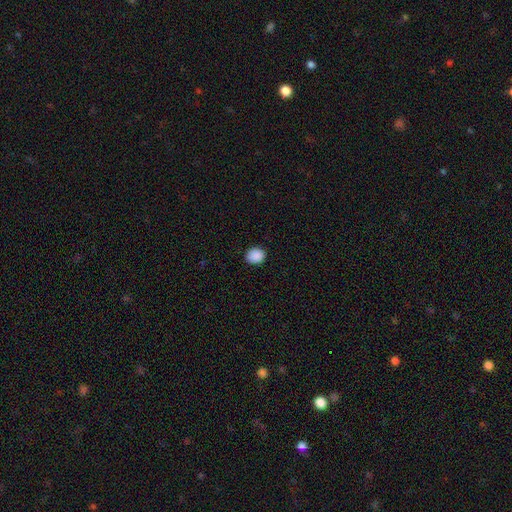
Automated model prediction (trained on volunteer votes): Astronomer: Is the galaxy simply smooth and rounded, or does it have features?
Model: smooth — 89%.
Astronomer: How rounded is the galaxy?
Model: round — 65%.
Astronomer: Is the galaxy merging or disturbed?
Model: none — 88%.